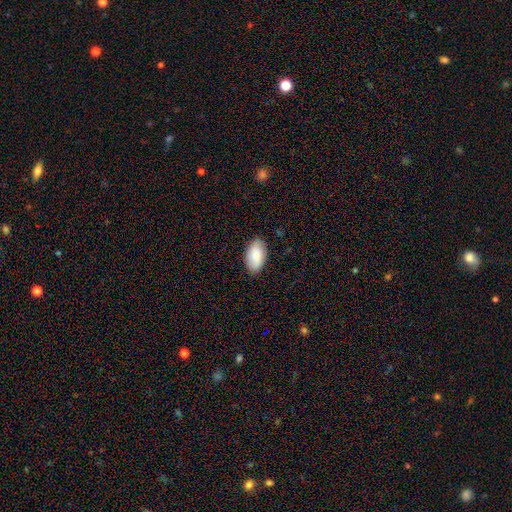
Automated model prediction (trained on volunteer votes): Smooth or featured: smooth — 81% (featured or disk — 13%)
How rounded: in between — 95% (round — 3%)
Merging: none — 87% (minor disturbance — 10%)